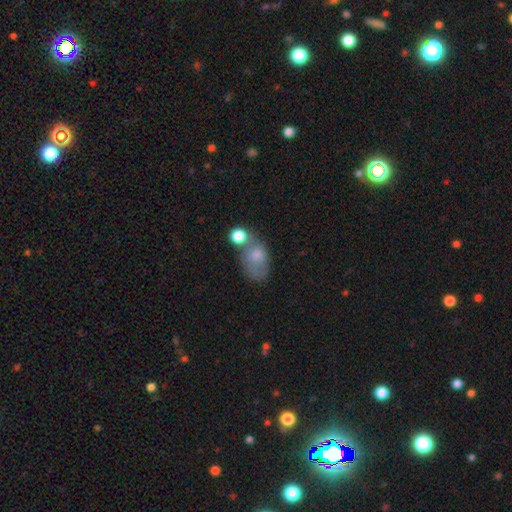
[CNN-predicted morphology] A smooth galaxy with no disk features (72%) that is in between round and cigar-shaped (83%).

Vote fractions:
- Smooth or featured? smooth: 72% / featured or disk: 18% / star or artifact: 11%
- How rounded? in between: 83% / round: 15% / cigar-shaped: 2%
- Merging? none: 33% / merger: 30% / minor disturbance: 22% / major disturbance: 15%